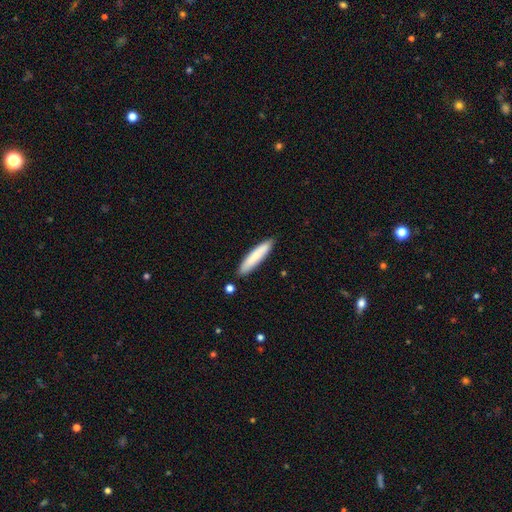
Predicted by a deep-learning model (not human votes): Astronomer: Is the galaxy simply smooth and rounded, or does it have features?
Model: smooth — 81%.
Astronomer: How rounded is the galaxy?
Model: cigar-shaped — 87%.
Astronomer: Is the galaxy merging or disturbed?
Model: none — 88%.